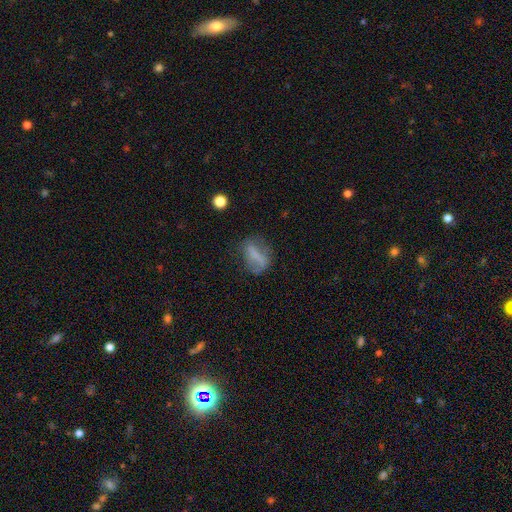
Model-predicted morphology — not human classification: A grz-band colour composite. It shows a smooth galaxy with no disk features (52%) that is in between round and cigar-shaped (70%). Merging: none (50%).